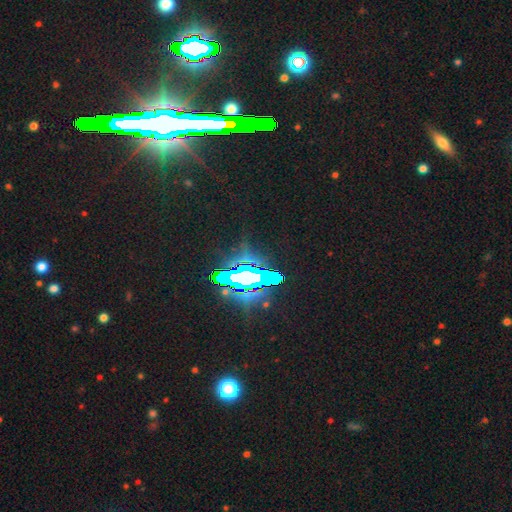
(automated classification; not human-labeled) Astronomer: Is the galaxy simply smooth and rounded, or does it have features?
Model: star or artifact — 80%.